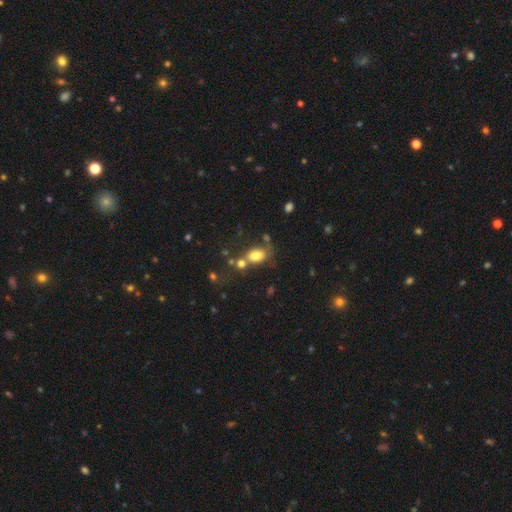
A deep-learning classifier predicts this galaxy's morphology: Q: Smooth or featured?
A: smooth (77%); runner-up: featured or disk (12%)
Q: How rounded?
A: in between (75%); runner-up: round (24%)
Q: Merging?
A: none (50%); runner-up: merger (26%)